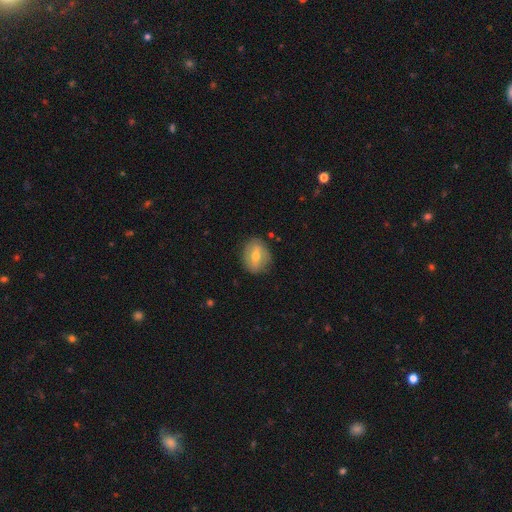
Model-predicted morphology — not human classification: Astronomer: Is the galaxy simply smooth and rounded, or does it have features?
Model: smooth — 54% (runner-up: featured or disk, 39%).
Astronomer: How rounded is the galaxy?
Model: in between — 49%, tied with round at 49%.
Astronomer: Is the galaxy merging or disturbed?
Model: none — 82%.